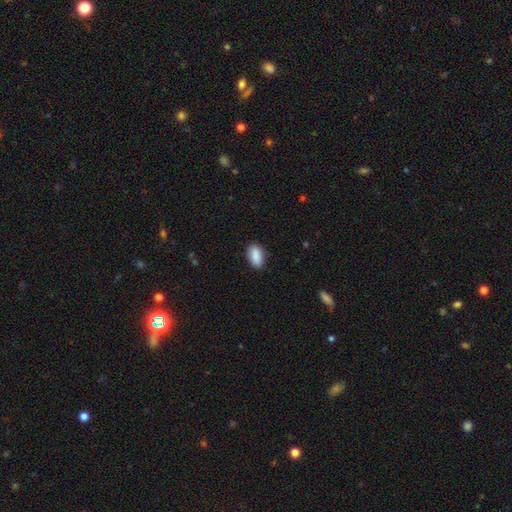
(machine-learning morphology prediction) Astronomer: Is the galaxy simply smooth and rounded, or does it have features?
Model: smooth — 90%.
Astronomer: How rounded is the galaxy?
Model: in between — 92%.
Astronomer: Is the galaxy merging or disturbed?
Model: none — 86%.